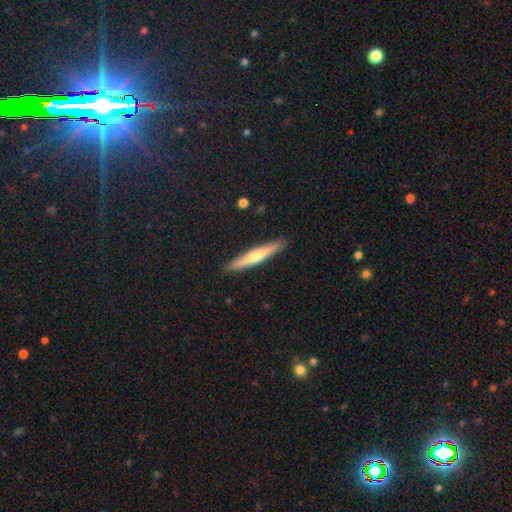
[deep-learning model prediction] Smooth or featured? featured or disk (54%)
Edge-on disk? yes (96%)
Edge-on bulge? rounded (83%)
Merging? none (91%)